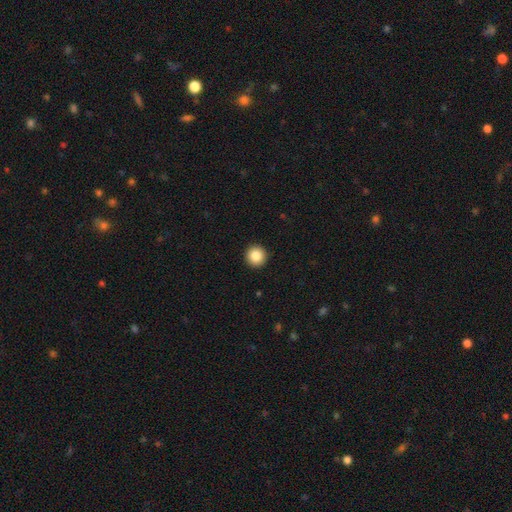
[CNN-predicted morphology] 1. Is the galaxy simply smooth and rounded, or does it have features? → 85% smooth, 9% star or artifact, 6% featured or disk.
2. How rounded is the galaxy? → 95% round, 4% in between, 1% cigar-shaped.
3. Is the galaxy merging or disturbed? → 94% none, 4% minor disturbance, 1% major disturbance, 1% merger.